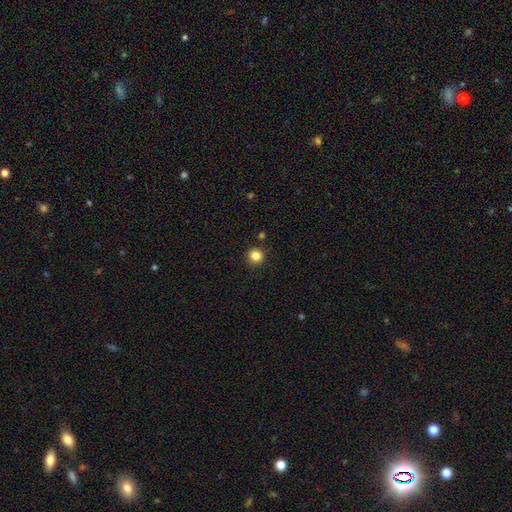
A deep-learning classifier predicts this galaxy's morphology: Overall: smooth (85%). How rounded: round (93%). Merging: none (90%).